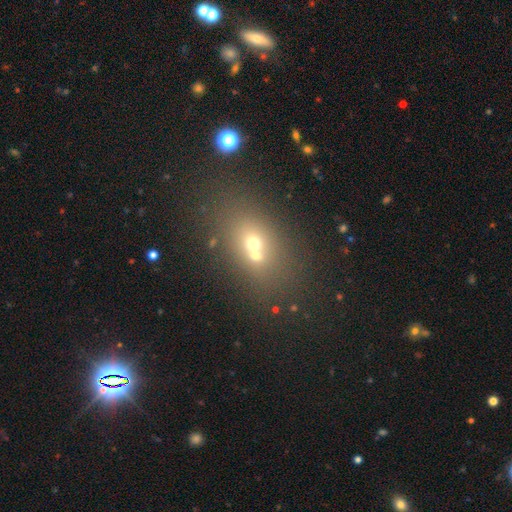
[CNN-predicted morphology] A smooth galaxy with no disk features (58%) that is in between round and cigar-shaped (55%).

Vote fractions:
- Smooth or featured? smooth: 58% / featured or disk: 22% / star or artifact: 21%
- How rounded? in between: 55% / round: 42% / cigar-shaped: 2%
- Merging? merger: 47% / none: 39% / minor disturbance: 9% / major disturbance: 5%